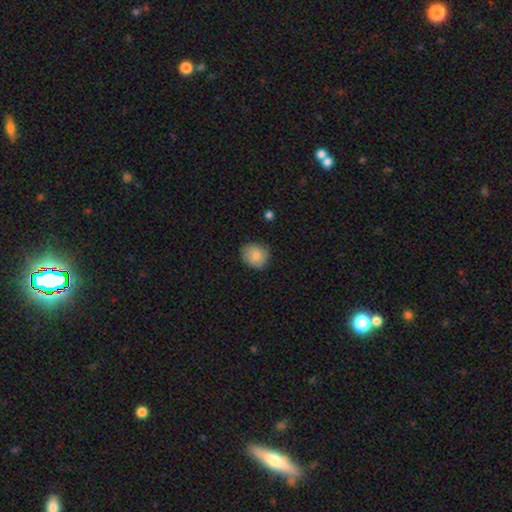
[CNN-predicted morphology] smooth-or-featured: smooth: 87% | star or artifact: 8% | featured or disk: 6%
  how-rounded: round: 70% | in between: 29% | cigar-shaped: 1%
  merging: none: 82% | minor disturbance: 14% | major disturbance: 3% | merger: 1%